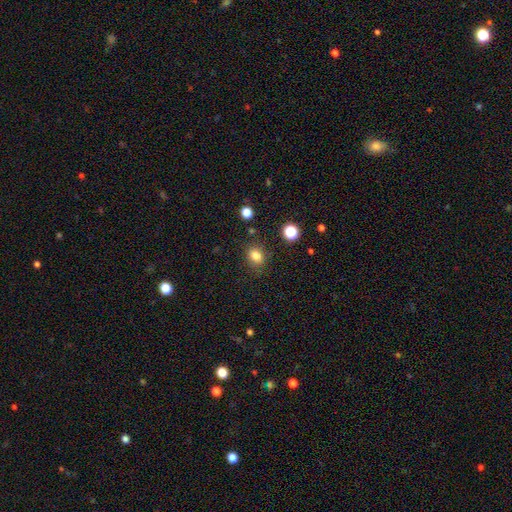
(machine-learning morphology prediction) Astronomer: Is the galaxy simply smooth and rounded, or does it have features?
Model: smooth — 81%.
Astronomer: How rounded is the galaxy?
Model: in between — 53% (runner-up: round, 46%).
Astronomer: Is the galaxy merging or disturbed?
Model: none — 81%.